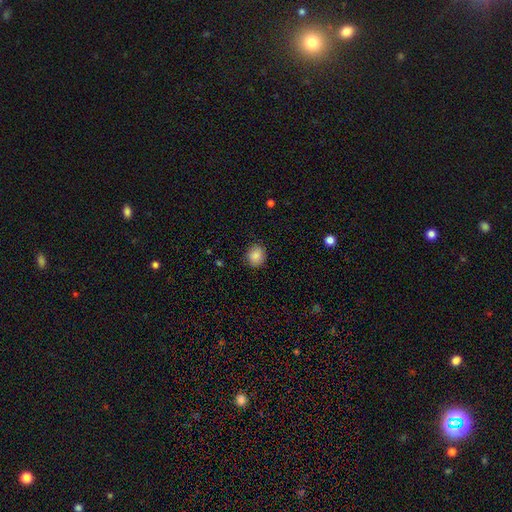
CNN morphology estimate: This is clearly a smooth galaxy (87%). How rounded: likely round (68%). Merging: clearly none (85%).